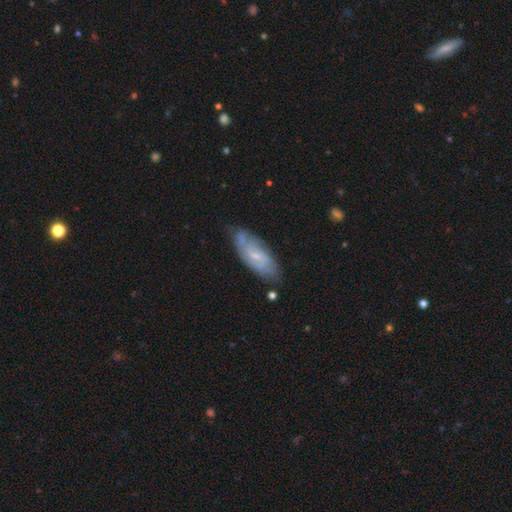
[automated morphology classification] type=featured or disk (65%); edge-on=no (87%); bar=no (49%); spiral arms=yes (84%); bulge=small (70%); merging=none (71%).